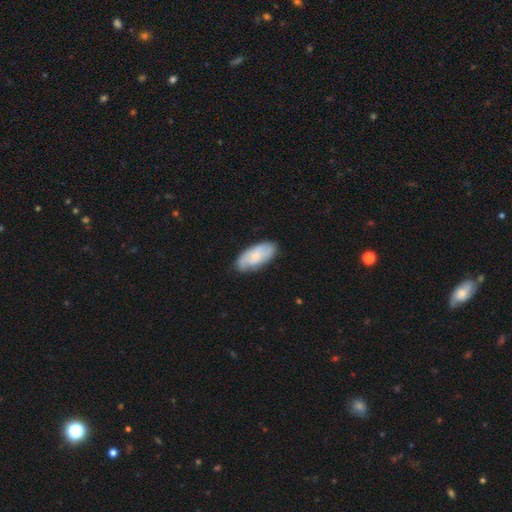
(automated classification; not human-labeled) Morphology: type=smooth (56%); roundness=in between (90%); merging=none (74%).